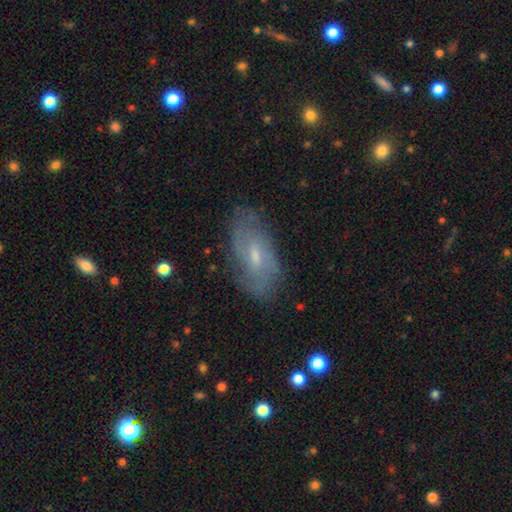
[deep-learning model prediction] Q: Smooth or featured?
A: featured or disk (62%); runner-up: smooth (27%)
Q: Edge-on disk?
A: no (90%); runner-up: yes (10%)
Q: Bar?
A: weak (47%); runner-up: no (44%)
Q: Spiral arms?
A: yes (82%); runner-up: no (18%)
Q: Bulge size?
A: small (55%); runner-up: moderate (39%)
Q: Merging?
A: none (79%); runner-up: minor disturbance (15%)